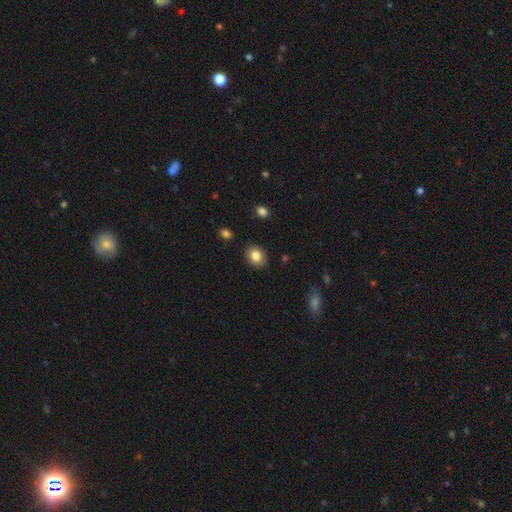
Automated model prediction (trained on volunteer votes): Smooth or featured?
  - smooth: 84% *
  - star or artifact: 9%
  - featured or disk: 7%
How rounded?
  - in between: 50% *
  - round: 49%
  - cigar-shaped: 1%
Merging?
  - none: 88% *
  - minor disturbance: 8%
  - major disturbance: 2%
  - merger: 1%